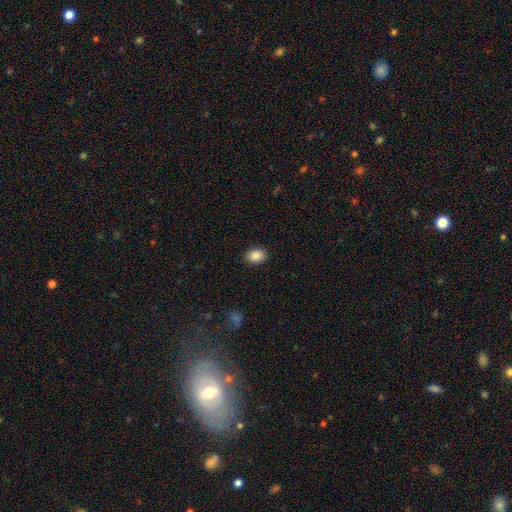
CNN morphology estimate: type=smooth (87%); roundness=in between (75%); merging=none (90%).